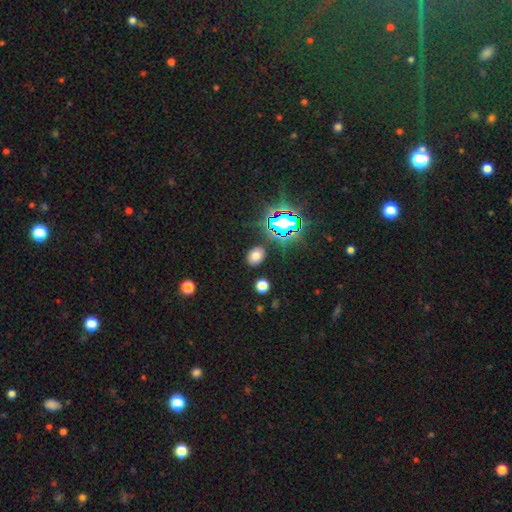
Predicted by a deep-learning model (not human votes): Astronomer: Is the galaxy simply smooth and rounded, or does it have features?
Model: smooth — 68%.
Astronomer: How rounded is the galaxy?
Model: in between — 65%.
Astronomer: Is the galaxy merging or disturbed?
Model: none — 86%.